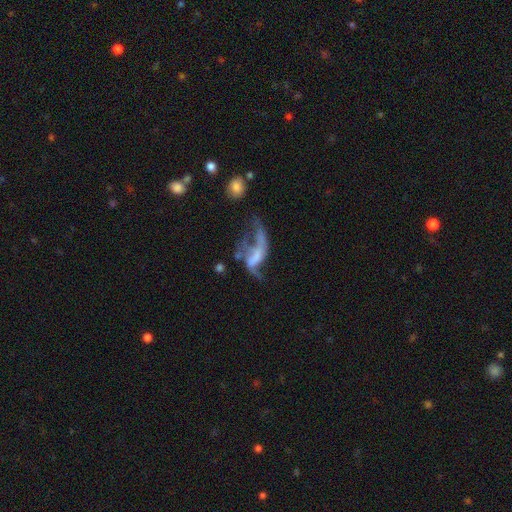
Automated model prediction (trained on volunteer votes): featured or disk 64%, smooth 23%, star or artifact 13%. Down the decision tree: edge-on disk — no (95%); bar — no (60%); spiral arms — no (53%); bulge size — none (64%); merging — major disturbance (52%).